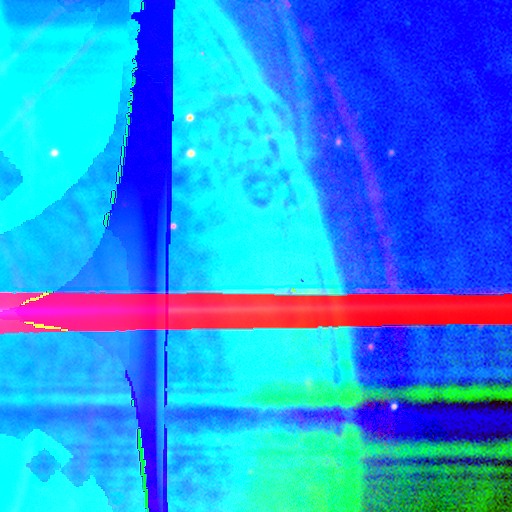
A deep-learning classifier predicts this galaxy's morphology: Smooth or featured? Predicted: star or artifact (p=0.85).